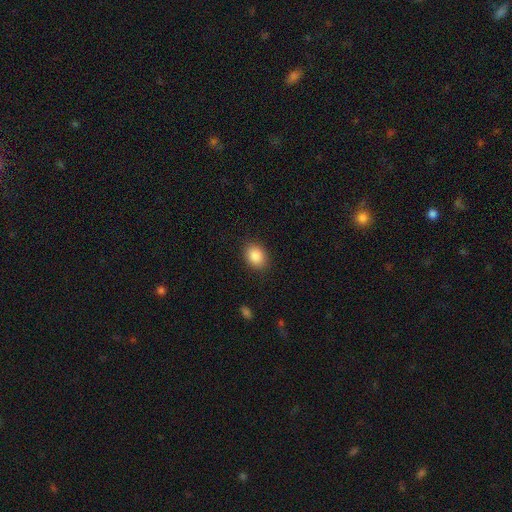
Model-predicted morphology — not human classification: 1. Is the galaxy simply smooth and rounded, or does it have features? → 87% smooth, 8% star or artifact, 5% featured or disk.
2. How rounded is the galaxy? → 61% in between, 38% round, 1% cigar-shaped.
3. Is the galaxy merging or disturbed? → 88% none, 9% minor disturbance, 3% major disturbance, 1% merger.